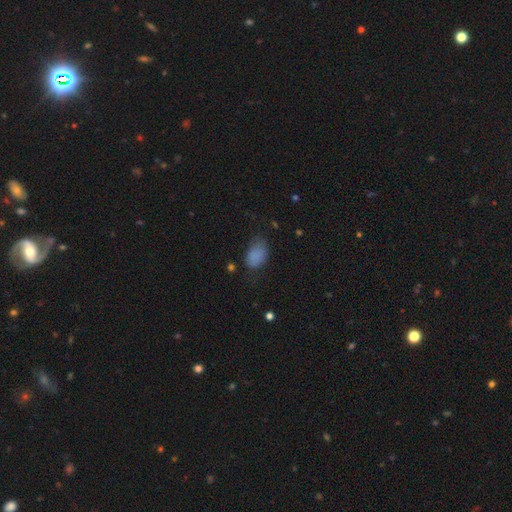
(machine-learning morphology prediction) type=smooth (84%); roundness=in between (88%); merging=none (57%).